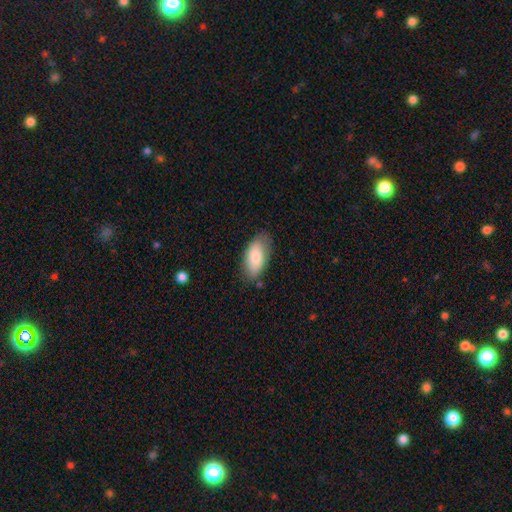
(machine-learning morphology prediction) The model was most divided on "merging": none: 76%, minor disturbance: 19%, major disturbance: 4%, merger: 2%. More confident: how rounded — in between (93%); smooth or featured — smooth (80%).